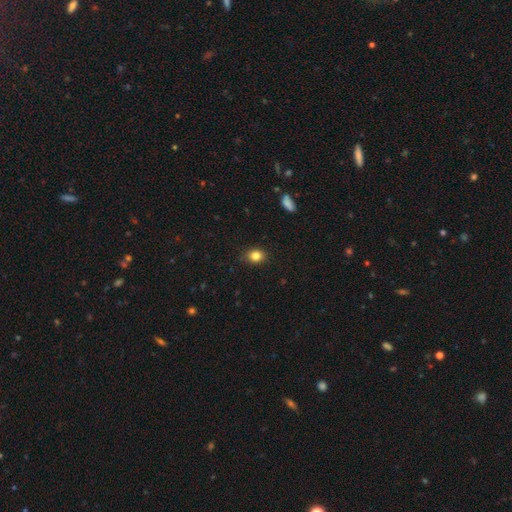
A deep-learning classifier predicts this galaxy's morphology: smooth 83%, star or artifact 11%, featured or disk 6%. Down the decision tree: how rounded — round (55%); merging — none (87%).